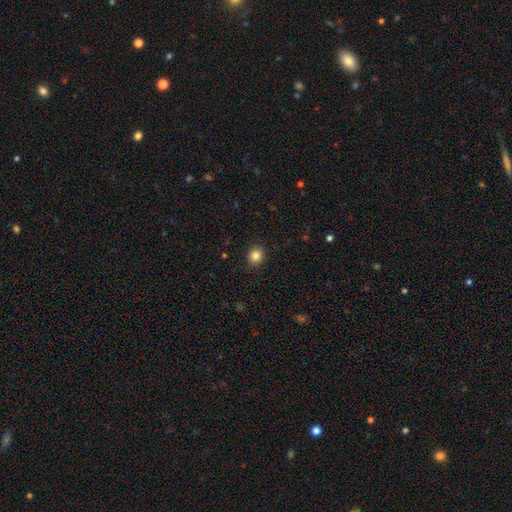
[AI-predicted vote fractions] Q: Smooth or featured?
A: smooth (84%); runner-up: star or artifact (11%)
Q: How rounded?
A: round (78%); runner-up: in between (21%)
Q: Merging?
A: none (91%); runner-up: minor disturbance (6%)